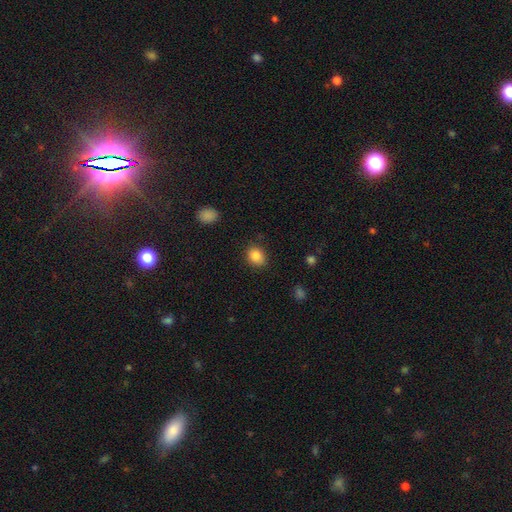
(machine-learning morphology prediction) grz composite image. It shows a smooth galaxy with no disk features (86%) that is in between round and cigar-shaped (51%). Merging: none (83%).